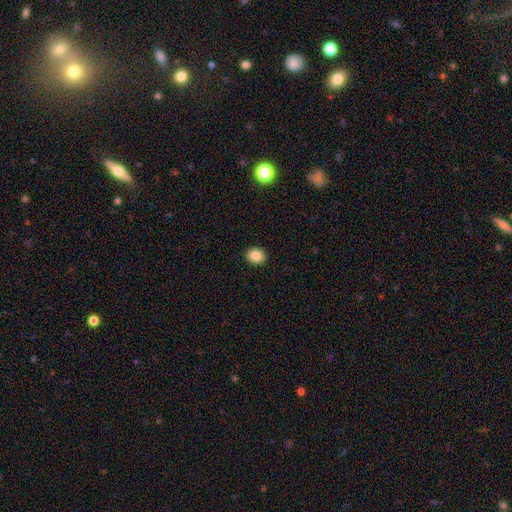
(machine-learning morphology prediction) Smooth or featured? Predicted: smooth (p=0.85). How rounded? Predicted: round (p=0.63). Merging? Predicted: none (p=0.92).